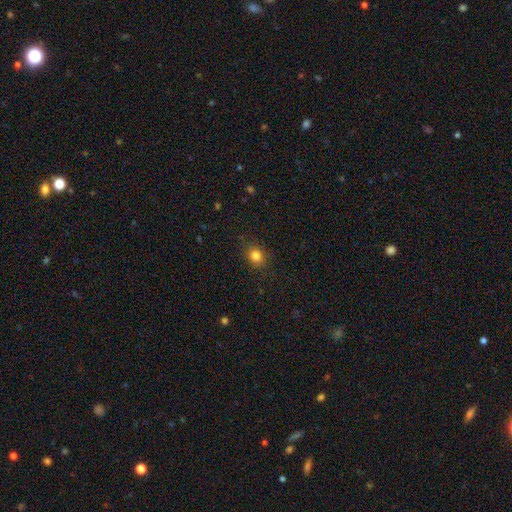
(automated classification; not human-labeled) This is clearly a smooth galaxy (82%). How rounded: likely round (69%). Merging: clearly none (87%).